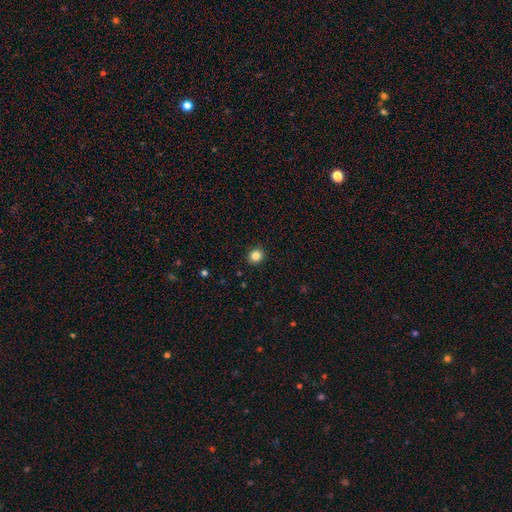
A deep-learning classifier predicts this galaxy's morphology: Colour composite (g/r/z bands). It shows a smooth galaxy with no disk features (84%) that is round (84%). Merging: none (91%).